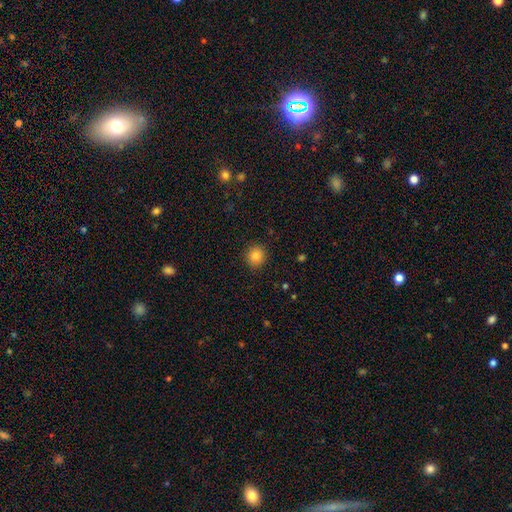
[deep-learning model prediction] Smooth or featured?
  - smooth: 84% *
  - star or artifact: 11%
  - featured or disk: 5%
How rounded?
  - round: 88% *
  - in between: 11%
  - cigar-shaped: 1%
Merging?
  - none: 90% *
  - minor disturbance: 7%
  - major disturbance: 2%
  - merger: 1%